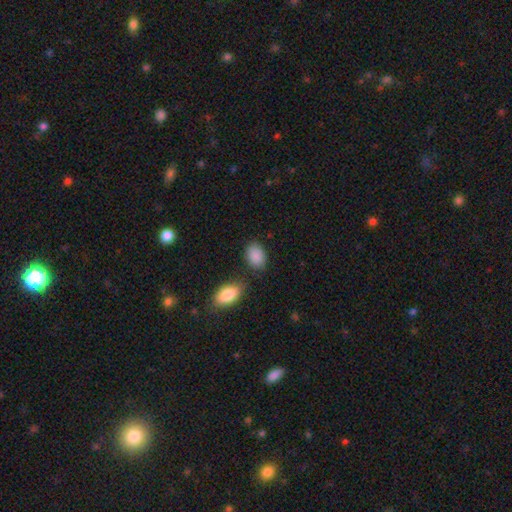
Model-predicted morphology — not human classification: smooth-or-featured: smooth: 89% | star or artifact: 7% | featured or disk: 4%
  how-rounded: in between: 85% | round: 14% | cigar-shaped: 1%
  merging: none: 74% | minor disturbance: 14% | merger: 7% | major disturbance: 4%